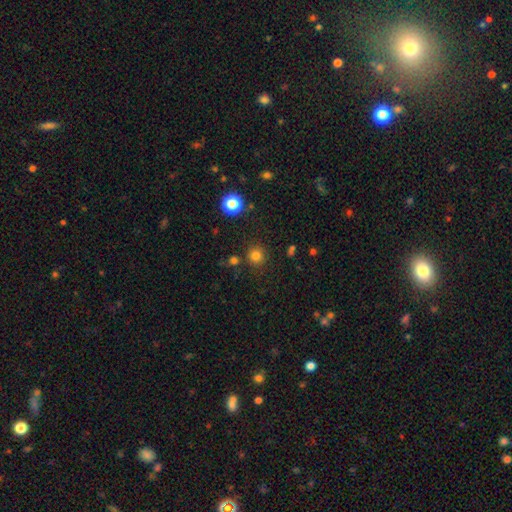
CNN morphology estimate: Smooth or featured? Predicted: smooth (p=0.78). How rounded? Predicted: round (p=0.93). Merging? Predicted: none (p=0.85).